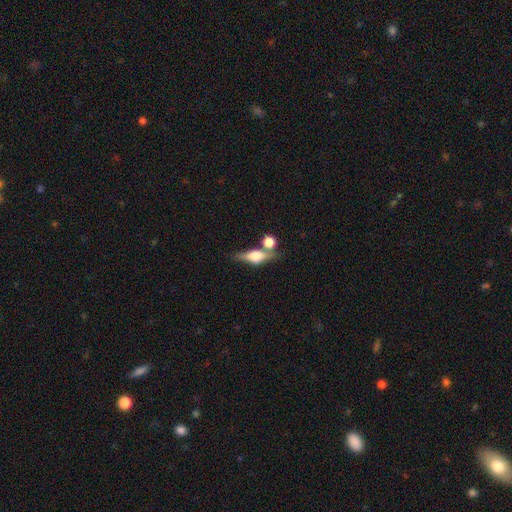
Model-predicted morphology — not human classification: smooth-or-featured: featured or disk: 59% | smooth: 32% | star or artifact: 8%
  disk-edge-on: yes: 92% | no: 8%
    edge-on-bulge: rounded: 92% | boxy: 6% | none: 2%
  merging: none: 65% | merger: 19% | minor disturbance: 12% | major disturbance: 4%